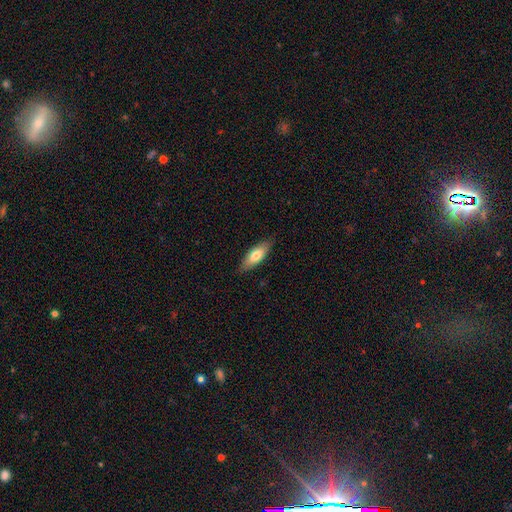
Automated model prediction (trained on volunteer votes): smooth_or_featured: smooth (p=0.73) [alt: featured or disk p=0.21]
how_rounded: in between (p=0.68) [alt: cigar-shaped p=0.30]
merging: none (p=0.86) [alt: minor disturbance p=0.11]